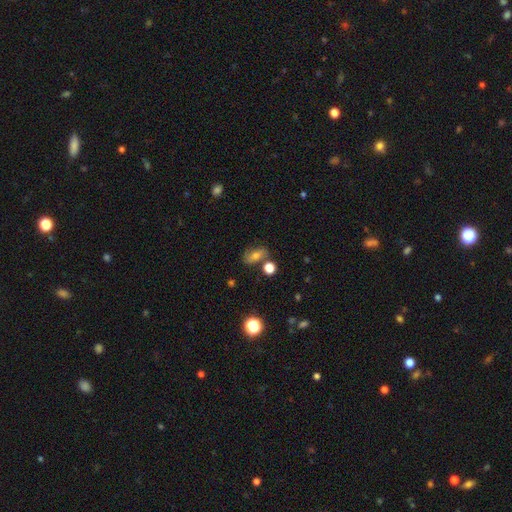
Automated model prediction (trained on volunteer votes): This appears to be a smooth galaxy with no disk features (57%) that is in between round and cigar-shaped (75%). Merging: none (69%).